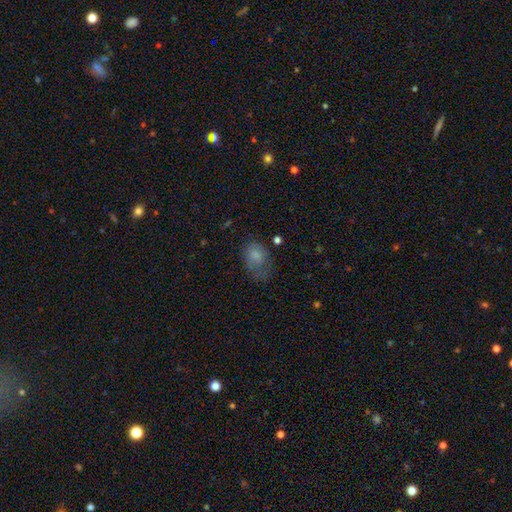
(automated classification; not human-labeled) Smooth or featured?
  - smooth: 75% *
  - featured or disk: 15%
  - star or artifact: 10%
How rounded?
  - in between: 75% *
  - round: 24%
  - cigar-shaped: 1%
Merging?
  - none: 35% *
  - minor disturbance: 31%
  - major disturbance: 31%
  - merger: 3%